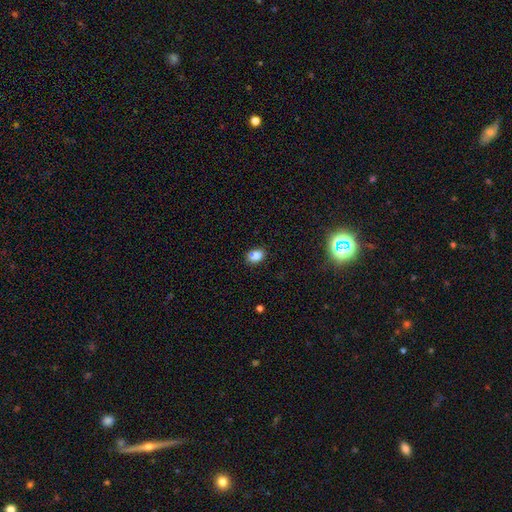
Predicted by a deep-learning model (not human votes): This is clearly a smooth galaxy (85%). How rounded: likely in between (74%). Merging: clearly none (85%).